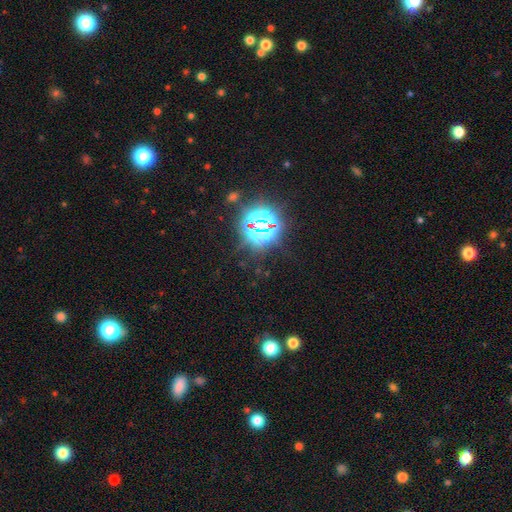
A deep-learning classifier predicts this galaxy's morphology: smooth_or_featured: star or artifact (p=0.79) [alt: smooth p=0.13]